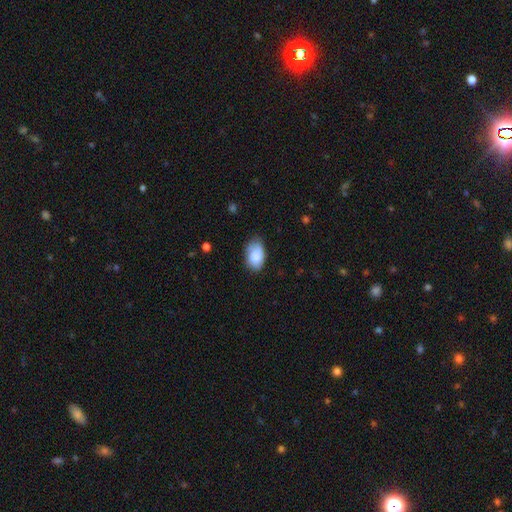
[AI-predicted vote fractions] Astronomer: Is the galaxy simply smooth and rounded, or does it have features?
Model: smooth — 83%.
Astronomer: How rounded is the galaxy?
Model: in between — 90%.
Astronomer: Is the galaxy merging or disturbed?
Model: none — 62%.